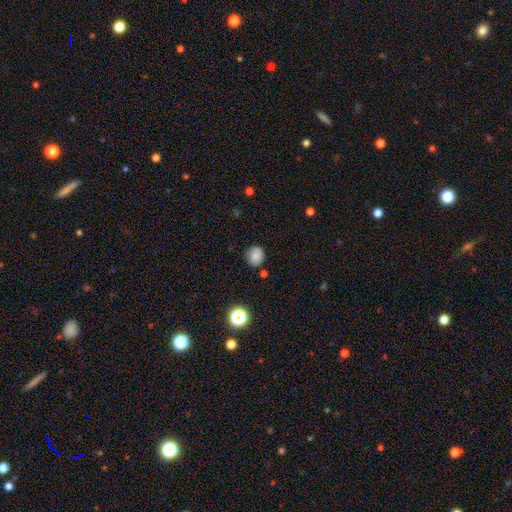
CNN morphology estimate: smooth-or-featured: smooth: 81% | star or artifact: 12% | featured or disk: 7%
  how-rounded: round: 76% | in between: 23% | cigar-shaped: 1%
  merging: none: 79% | minor disturbance: 15% | major disturbance: 3% | merger: 3%